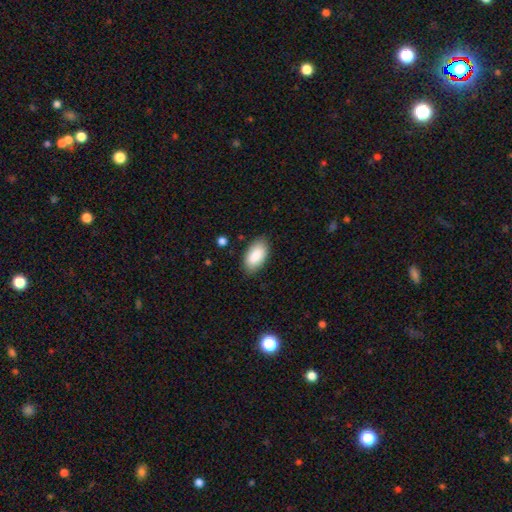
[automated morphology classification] smooth_or_featured: smooth (p=0.88) [alt: star or artifact p=0.06]
how_rounded: in between (p=0.95) [alt: round p=0.03]
merging: none (p=0.84) [alt: minor disturbance p=0.12]